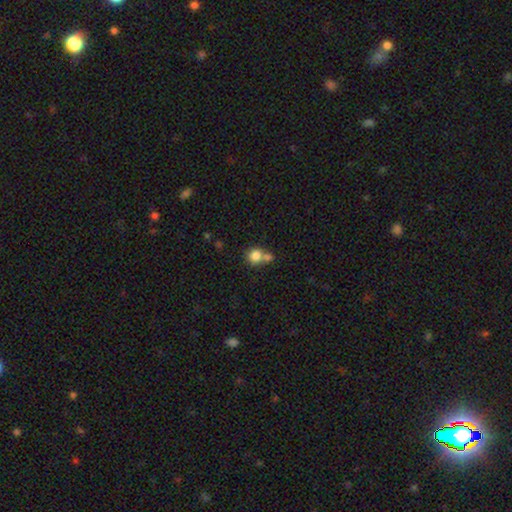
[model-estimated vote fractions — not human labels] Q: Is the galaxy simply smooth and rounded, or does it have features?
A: smooth — 81%.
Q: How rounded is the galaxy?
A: round — 84%.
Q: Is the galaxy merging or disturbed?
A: merger — 46%.